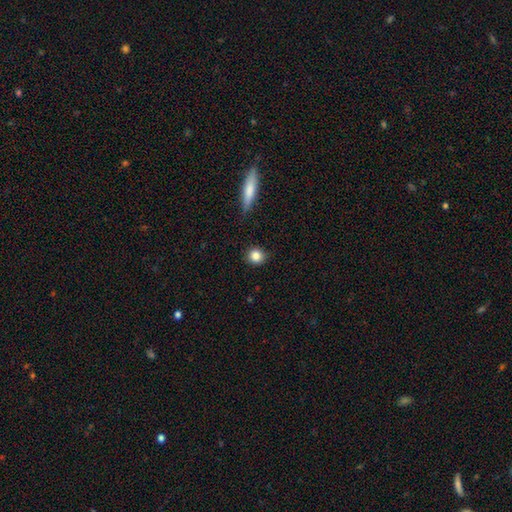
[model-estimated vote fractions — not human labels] Smooth or featured: smooth — 83% (star or artifact — 10%)
How rounded: round — 86% (in between — 13%)
Merging: none — 88% (minor disturbance — 8%)